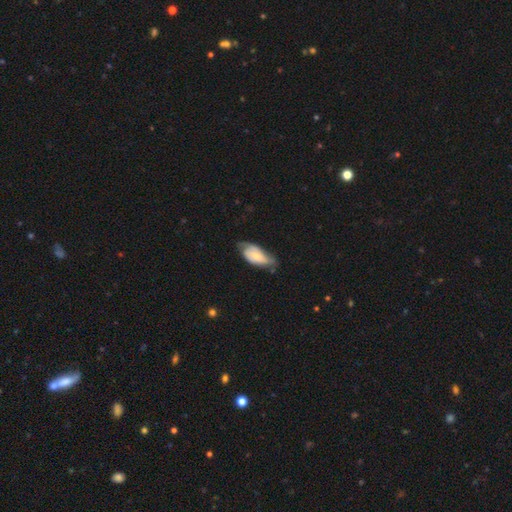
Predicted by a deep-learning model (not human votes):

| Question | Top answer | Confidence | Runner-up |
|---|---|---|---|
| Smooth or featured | featured or disk | 47% | tied: smooth (47%) |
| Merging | none | 45% | minor disturbance (38%) |